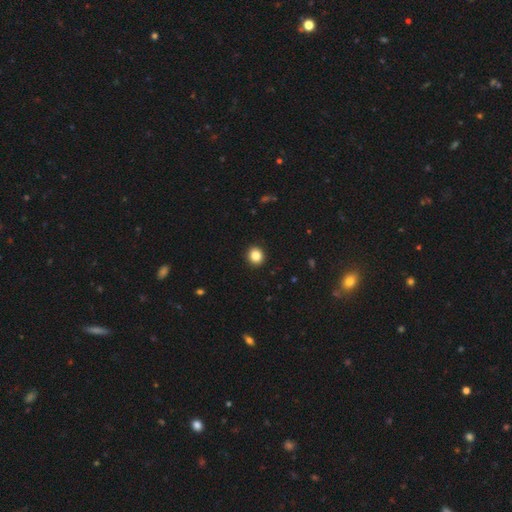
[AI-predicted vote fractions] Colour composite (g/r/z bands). It shows a smooth galaxy with no disk features (86%) that is round (84%). Merging: none (93%).